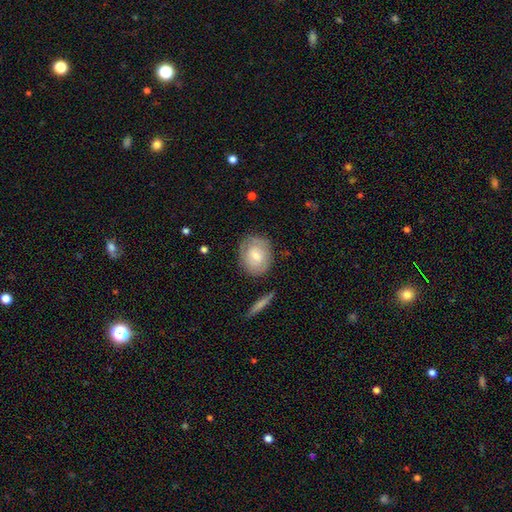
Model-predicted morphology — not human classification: Q: Smooth or featured?
A: smooth (51%); runner-up: featured or disk (43%)
Q: How rounded?
A: round (57%); runner-up: in between (42%)
Q: Merging?
A: none (77%); runner-up: minor disturbance (16%)